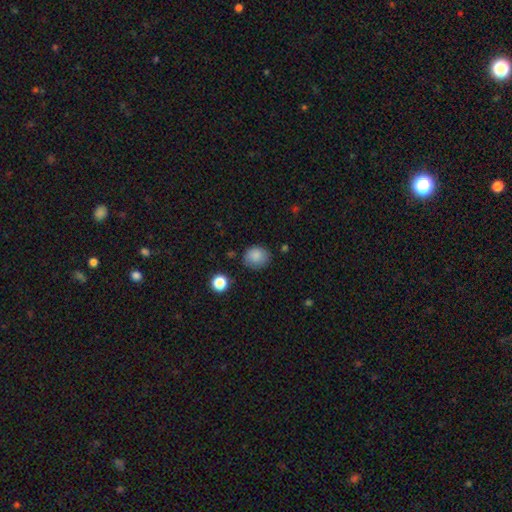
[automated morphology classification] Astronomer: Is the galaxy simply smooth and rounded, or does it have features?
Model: smooth — 86%.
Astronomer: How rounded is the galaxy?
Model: round — 72%.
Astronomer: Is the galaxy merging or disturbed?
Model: none — 78%.